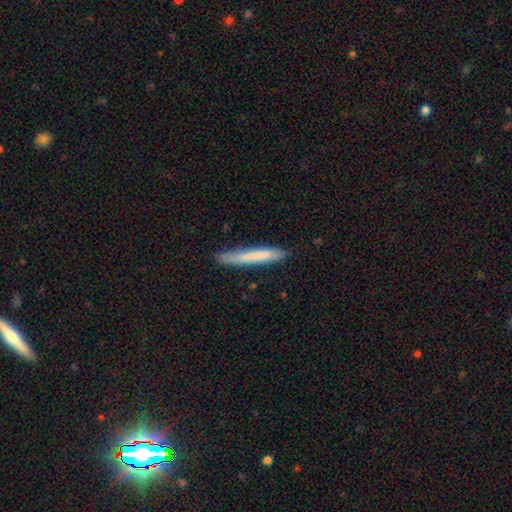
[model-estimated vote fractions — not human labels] A smooth galaxy with no disk features (72%) that is cigar-shaped (96%). Merging: none (83%).